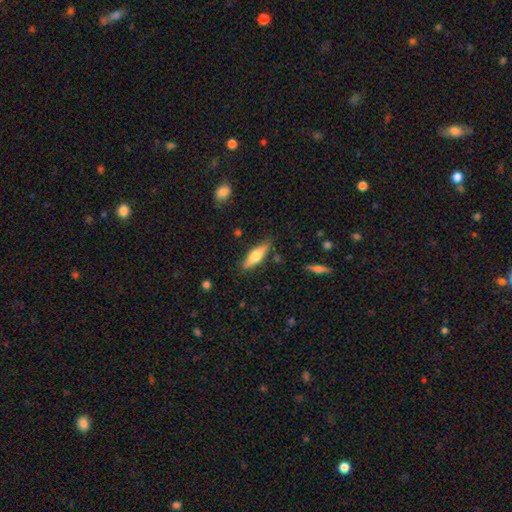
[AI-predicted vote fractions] smooth_or_featured: smooth (p=0.60) [alt: featured or disk p=0.34]
how_rounded: cigar-shaped (p=0.55) [alt: in between p=0.43]
merging: none (p=0.82) [alt: minor disturbance p=0.12]